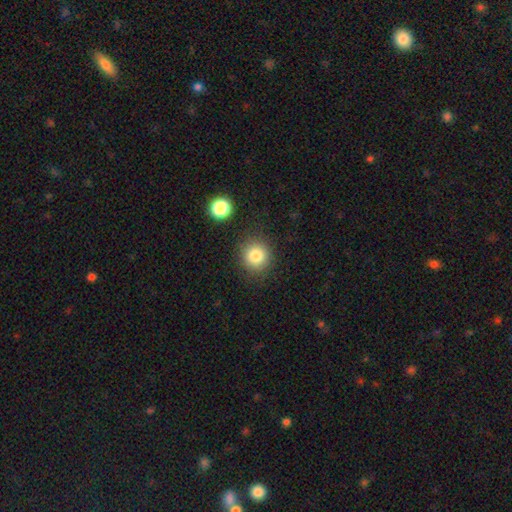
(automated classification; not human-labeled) A smooth galaxy with no disk features (83%) that is round (91%). Merging: none (86%).